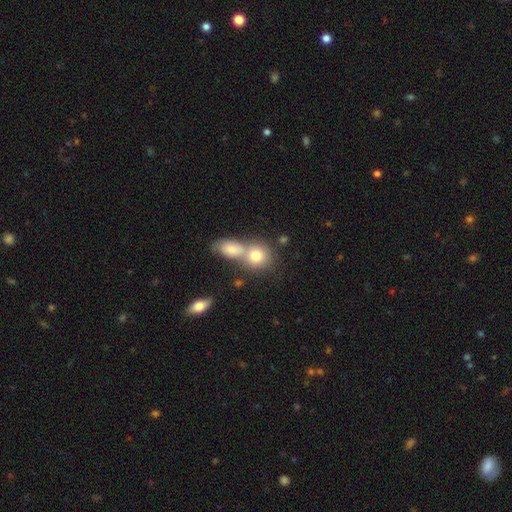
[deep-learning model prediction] Smooth or featured? smooth (78%)
How rounded? round (69%)
Merging? merger (52%)